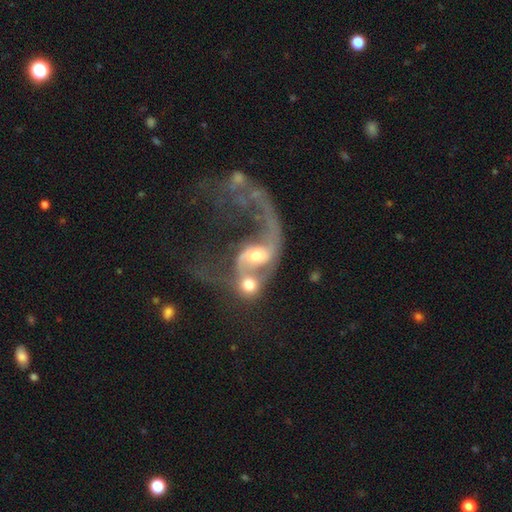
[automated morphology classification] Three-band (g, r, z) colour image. It shows a featured or disk galaxy (75%) with no bar (51%), 2 (53%) loose (76%) spiral arms (84%) and a moderate central bulge (58%). Merging: merger (66%).